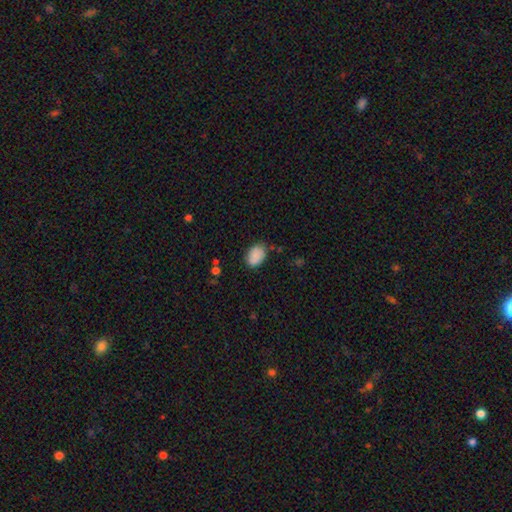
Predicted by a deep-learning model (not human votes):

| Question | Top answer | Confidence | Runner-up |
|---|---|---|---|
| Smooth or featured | smooth | 84% | featured or disk (8%) |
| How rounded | in between | 78% | round (21%) |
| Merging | none | 71% | minor disturbance (22%) |